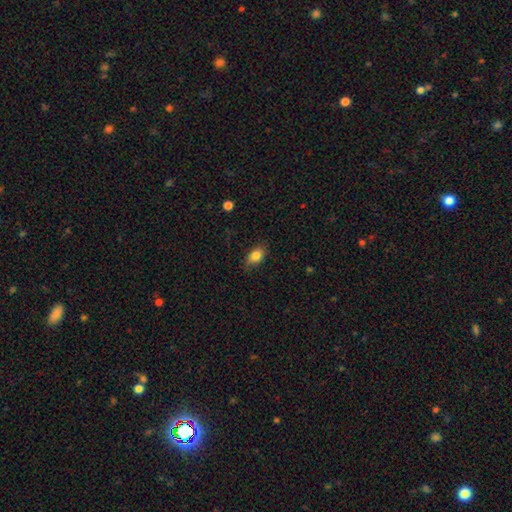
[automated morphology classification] smooth 83%, star or artifact 8%, featured or disk 8%. Down the decision tree: how rounded — in between (84%); merging — none (79%).